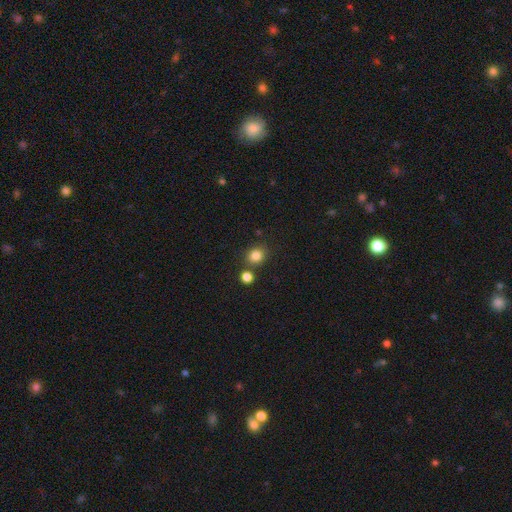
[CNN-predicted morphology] This appears to be a smooth galaxy with no disk features (82%) that is round (78%). Merging: none (75%).